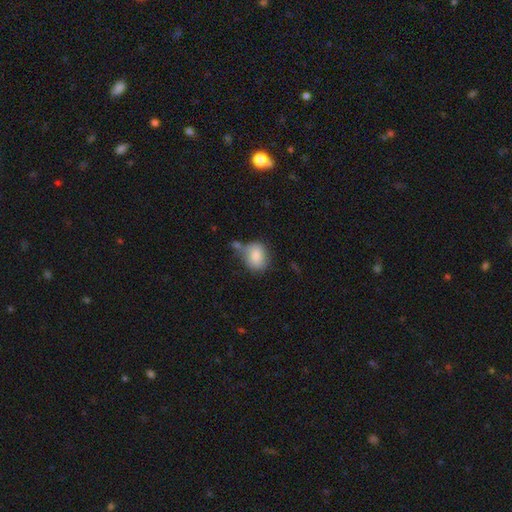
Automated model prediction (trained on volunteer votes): A smooth galaxy with no disk features (84%) that is round (53%). Merging: none (52%).